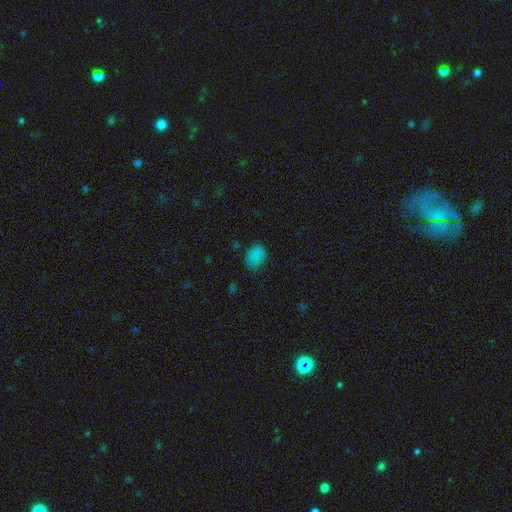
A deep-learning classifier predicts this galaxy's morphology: This is clearly a smooth galaxy (81%). How rounded: likely in between (69%). Merging: likely none (69%).